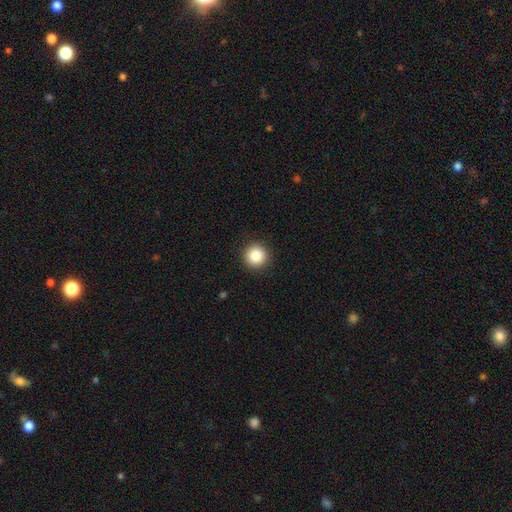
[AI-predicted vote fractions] A smooth galaxy with no disk features (86%) that is round (95%). Merging: none (92%).